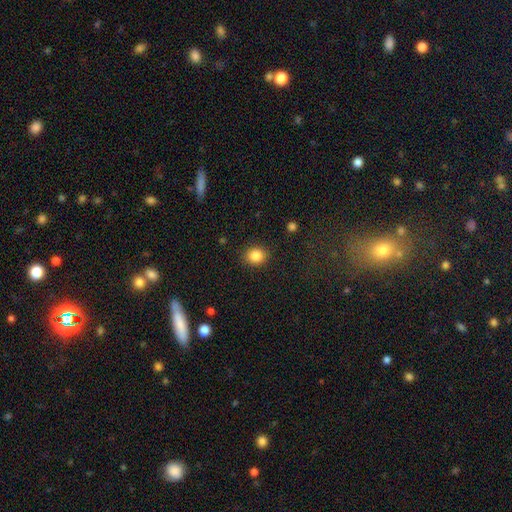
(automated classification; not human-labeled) Smooth or featured? Predicted: smooth (p=0.85). How rounded? Predicted: round (p=0.68). Merging? Predicted: none (p=0.89).